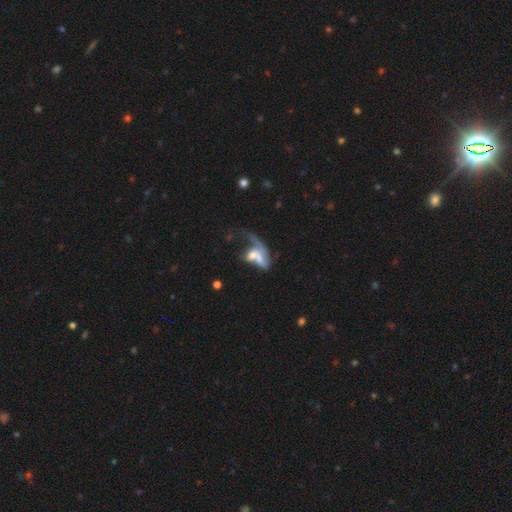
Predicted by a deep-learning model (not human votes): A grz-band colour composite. It shows a featured or disk galaxy (50%). Merging: merger (60%).